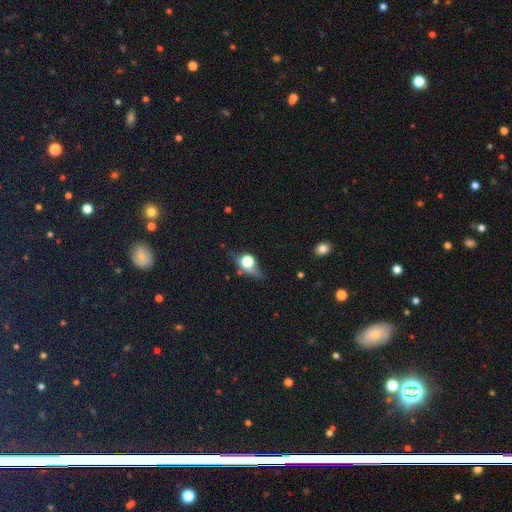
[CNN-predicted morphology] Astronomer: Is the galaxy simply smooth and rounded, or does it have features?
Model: smooth — 51% (runner-up: featured or disk, 31%).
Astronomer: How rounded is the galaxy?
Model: round — 46% (runner-up: in between, 41%).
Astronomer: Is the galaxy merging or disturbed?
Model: none — 52%.